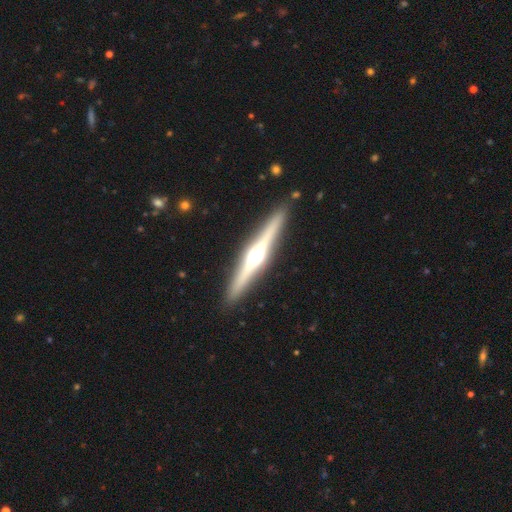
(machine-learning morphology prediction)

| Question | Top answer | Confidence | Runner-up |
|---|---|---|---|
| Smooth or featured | featured or disk | 77% | smooth (17%) |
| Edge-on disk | yes | 98% | no (2%) |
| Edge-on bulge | rounded | 94% | boxy (3%) |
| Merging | none | 91% | minor disturbance (6%) |